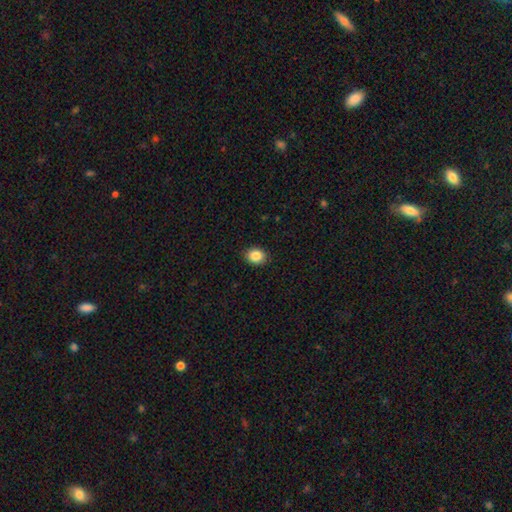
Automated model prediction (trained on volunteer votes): A smooth galaxy with no disk features (87%) that is round (56%).

Vote fractions:
- Smooth or featured? smooth: 87% / star or artifact: 9% / featured or disk: 4%
- How rounded? round: 56% / in between: 43% / cigar-shaped: 1%
- Merging? none: 90% / minor disturbance: 7% / major disturbance: 2% / merger: 1%